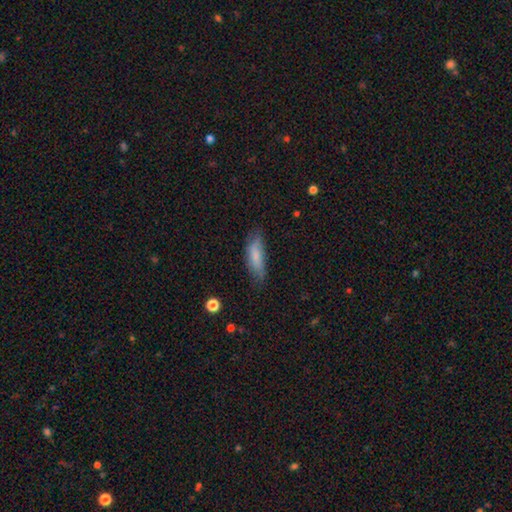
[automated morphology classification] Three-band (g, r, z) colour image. It shows a smooth galaxy with no disk features (74%) that is in between round and cigar-shaped (53%). Merging: none (62%).